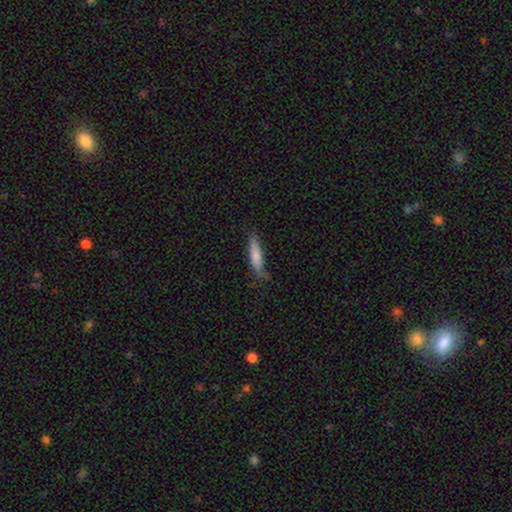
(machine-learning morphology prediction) smooth-or-featured: smooth: 77% | featured or disk: 18% | star or artifact: 6%
  how-rounded: cigar-shaped: 73% | in between: 26% | round: 2%
  merging: none: 71% | minor disturbance: 22% | major disturbance: 5% | merger: 2%